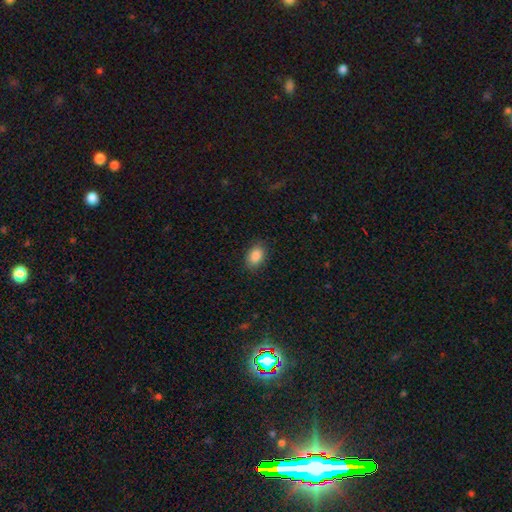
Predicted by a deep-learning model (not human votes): A smooth galaxy with no disk features (88%) that is in between round and cigar-shaped (81%). Merging: none (87%).